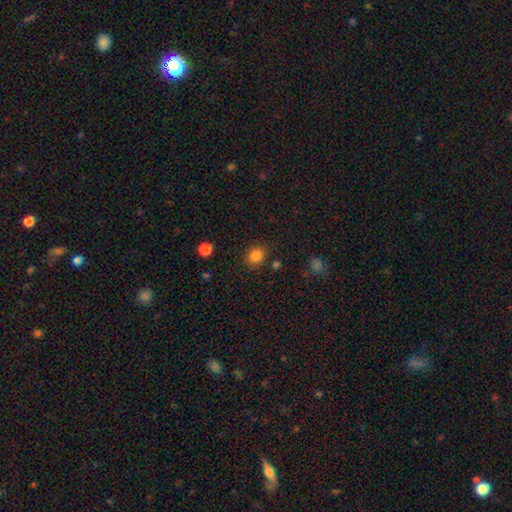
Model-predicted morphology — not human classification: This appears to be a smooth galaxy with no disk features (85%) that is round (70%). Merging: none (81%).